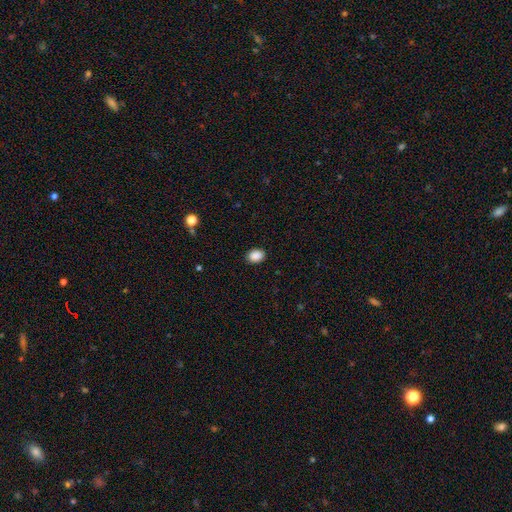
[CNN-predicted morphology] Overall: smooth (89%). How rounded: in between (73%). Merging: none (89%).